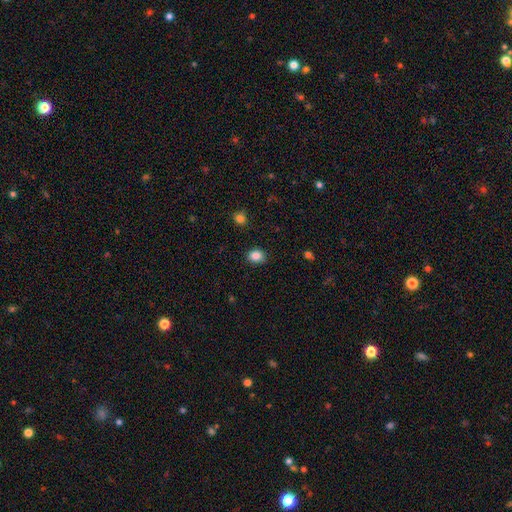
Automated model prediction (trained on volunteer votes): smooth_or_featured: smooth (p=0.85) [alt: star or artifact p=0.10]
how_rounded: round (p=0.59) [alt: in between p=0.40]
merging: none (p=0.88) [alt: minor disturbance p=0.08]